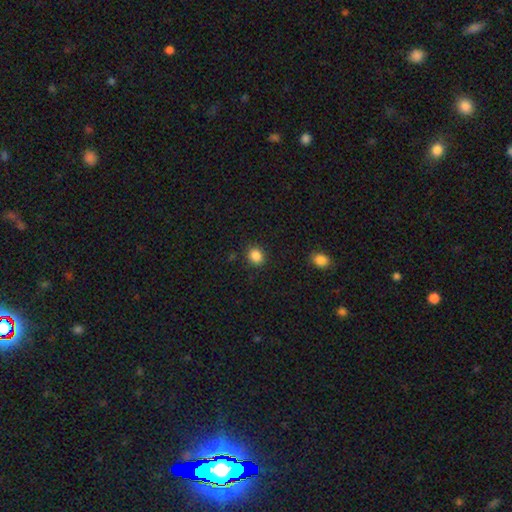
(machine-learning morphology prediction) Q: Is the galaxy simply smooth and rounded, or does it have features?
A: smooth — 86%.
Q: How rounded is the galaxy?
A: round — 70%.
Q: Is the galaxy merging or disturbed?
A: none — 88%.